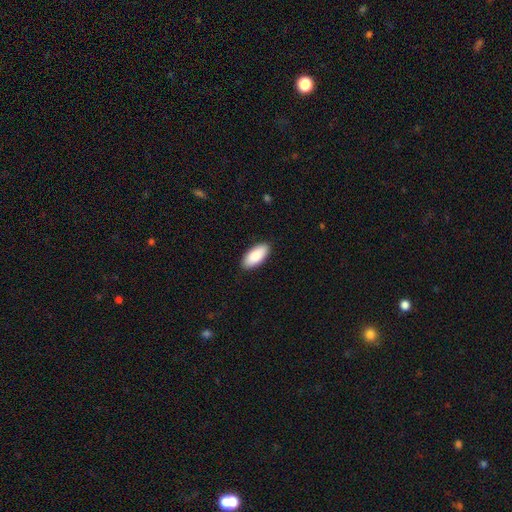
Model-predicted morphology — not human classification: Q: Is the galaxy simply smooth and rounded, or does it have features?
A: smooth — 89%.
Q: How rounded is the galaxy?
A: in between — 91%.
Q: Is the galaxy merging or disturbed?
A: none — 90%.